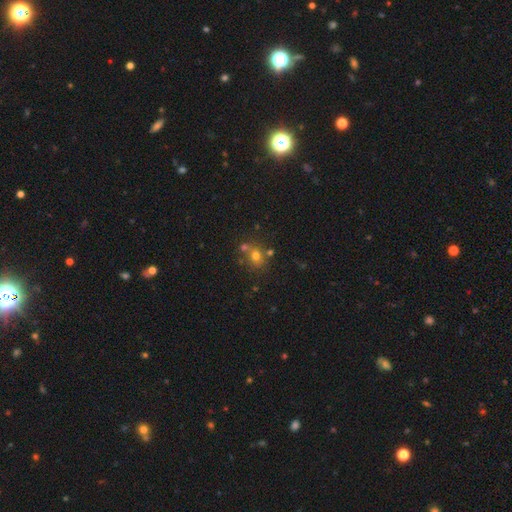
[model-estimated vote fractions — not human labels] Smooth or featured? Predicted: smooth (p=0.66). How rounded? Predicted: round (p=0.71). Merging? Predicted: none (p=0.54).